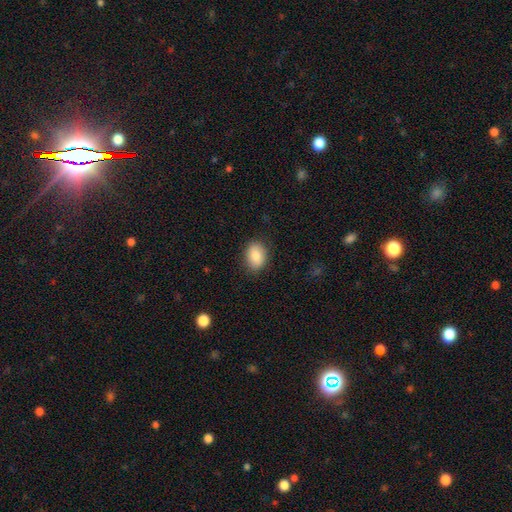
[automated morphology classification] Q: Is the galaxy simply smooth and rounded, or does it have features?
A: smooth — 83%.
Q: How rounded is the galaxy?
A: in between — 75%.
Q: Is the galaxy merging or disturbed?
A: none — 85%.